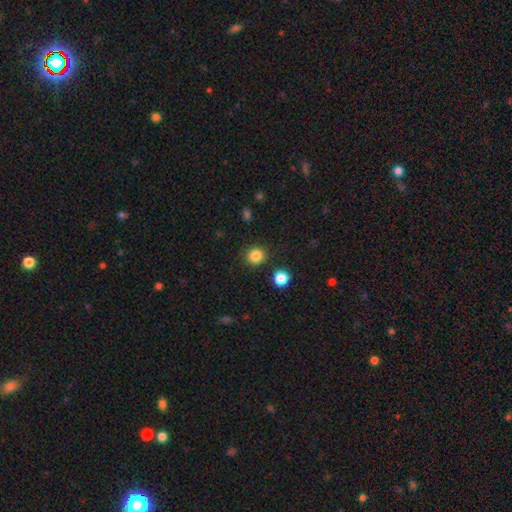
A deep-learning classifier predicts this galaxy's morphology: A smooth galaxy with no disk features (85%) that is round (88%). Merging: none (88%).